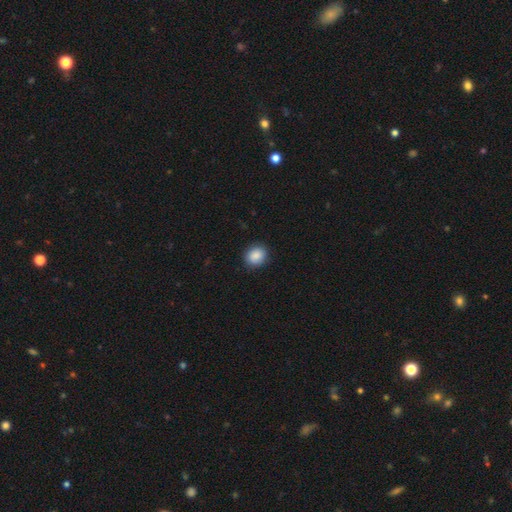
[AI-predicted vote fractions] Overall: smooth (89%). How rounded: round (71%). Merging: none (89%).